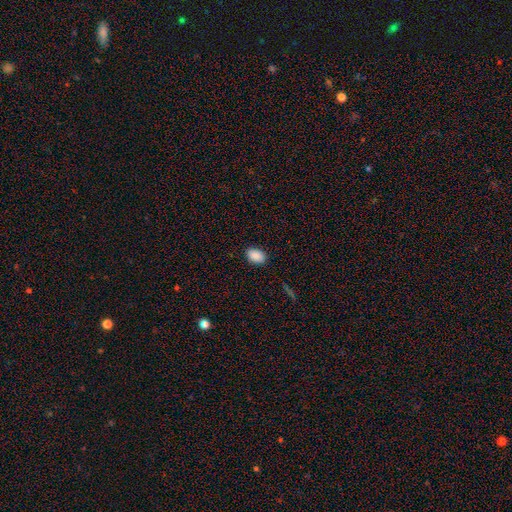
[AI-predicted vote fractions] Morphology: type=smooth (89%); roundness=in between (87%); merging=none (88%).